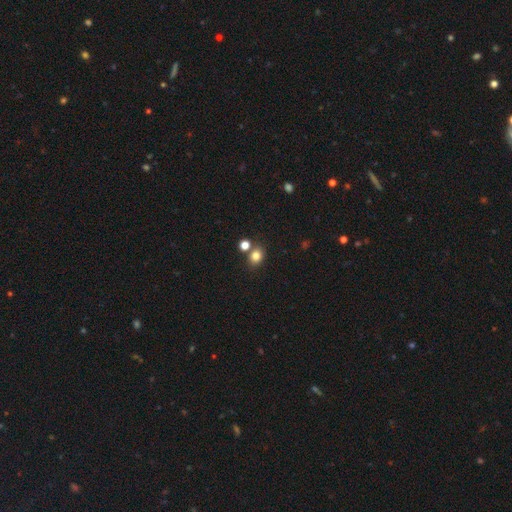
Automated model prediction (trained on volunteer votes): This appears to be a smooth galaxy with no disk features (81%) that is round (61%). Merging: none (68%).